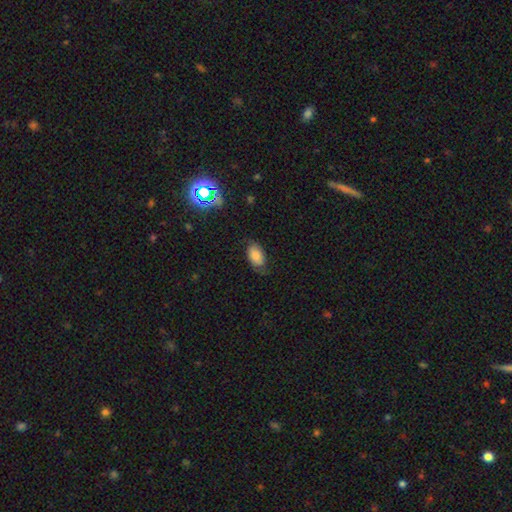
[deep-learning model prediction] Smooth or featured? smooth (75%)
How rounded? in between (93%)
Merging? none (64%)